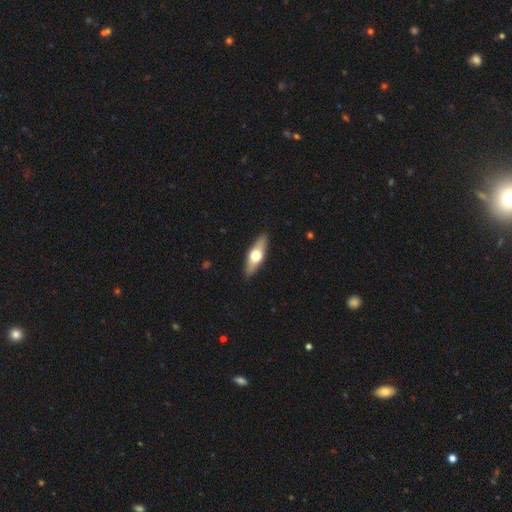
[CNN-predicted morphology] A smooth galaxy with no disk features (50%). Merging: none (90%).